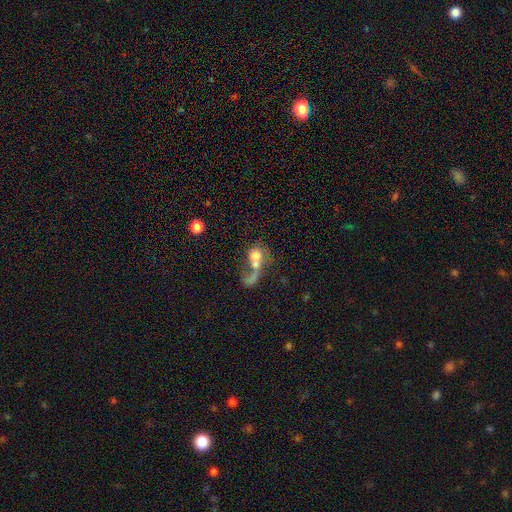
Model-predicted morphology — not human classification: Smooth or featured? Predicted: smooth (p=0.52). How rounded? Predicted: round (p=0.57). Merging? Predicted: merger (p=0.62).